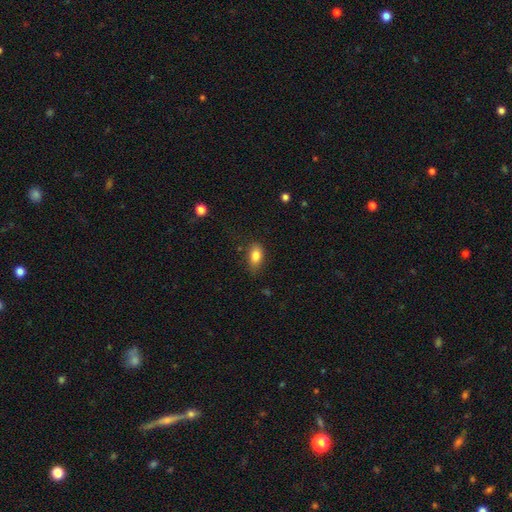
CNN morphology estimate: smooth-or-featured: smooth: 83% | star or artifact: 9% | featured or disk: 8%
  how-rounded: in between: 87% | round: 10% | cigar-shaped: 3%
  merging: none: 76% | minor disturbance: 18% | major disturbance: 4% | merger: 2%